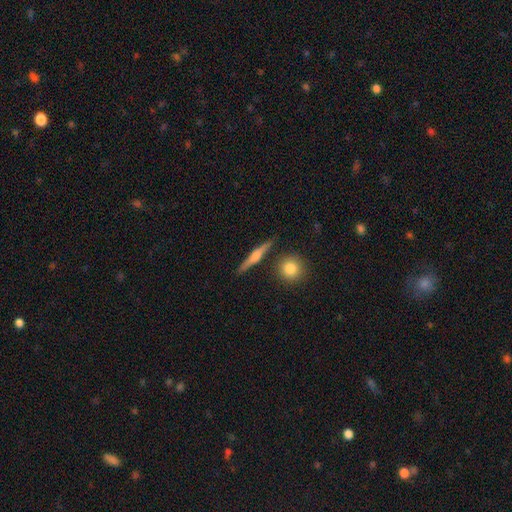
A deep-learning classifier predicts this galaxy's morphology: Smooth or featured: featured or disk — 59% (smooth — 34%)
Edge-on disk: yes — 96% (no — 4%)
Edge-on bulge: rounded — 76% (boxy — 13%)
Merging: none — 85% (minor disturbance — 8%)